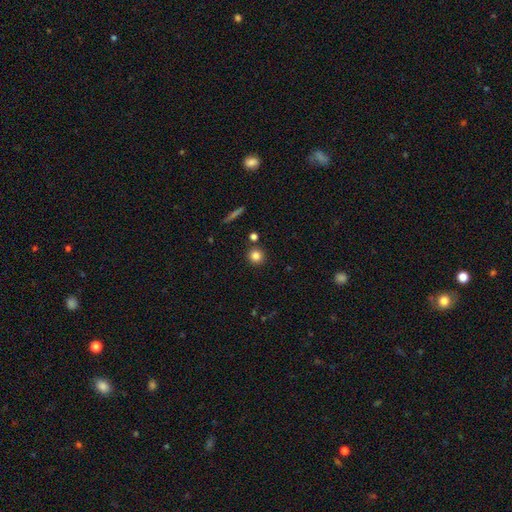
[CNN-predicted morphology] This appears to be a smooth galaxy with no disk features (82%) that is round (92%). Merging: none (85%).